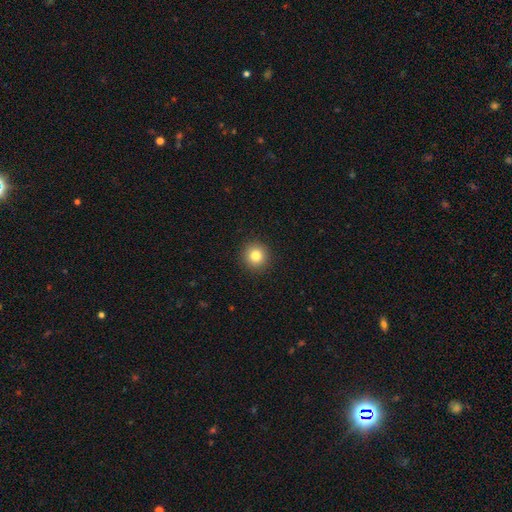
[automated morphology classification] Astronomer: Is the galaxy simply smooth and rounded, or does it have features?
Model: smooth — 82%.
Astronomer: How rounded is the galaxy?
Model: round — 94%.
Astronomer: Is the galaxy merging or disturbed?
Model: none — 92%.